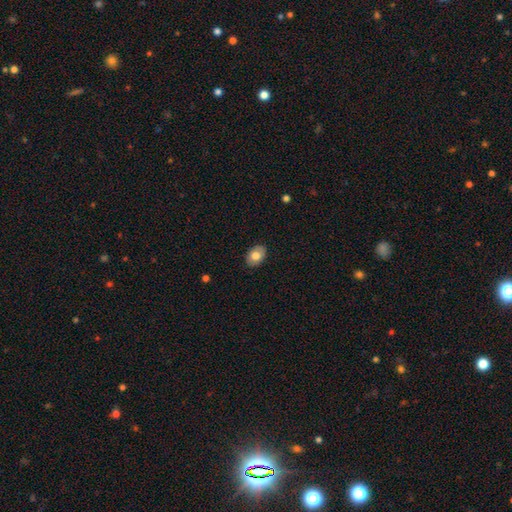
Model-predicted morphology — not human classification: type=smooth (77%); roundness=in between (82%); merging=none (88%).